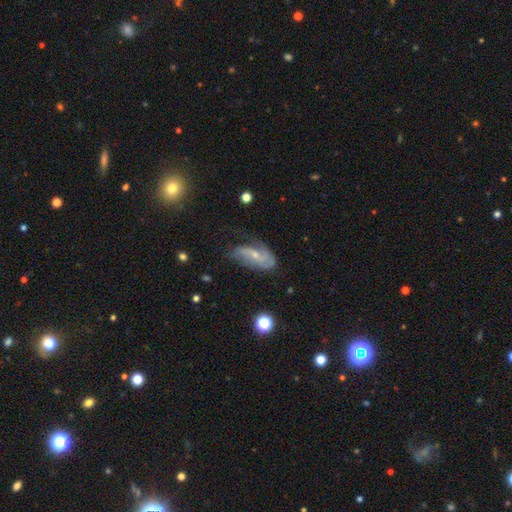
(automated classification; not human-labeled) smooth_or_featured: featured or disk (p=0.71) [alt: smooth p=0.20]
disk_edge_on: no (p=0.93) [alt: yes p=0.07]
bar: no (p=0.50) [alt: weak p=0.38]
has_spiral_arms: yes (p=0.88) [alt: no p=0.12]
spiral_winding: medium (p=0.40) [alt: loose p=0.35]
spiral_arm_count: 2 (p=0.50) [alt: can't tell p=0.24]
bulge_size: small (p=0.69) [alt: moderate p=0.26]
merging: none (p=0.52) [alt: minor disturbance p=0.29]